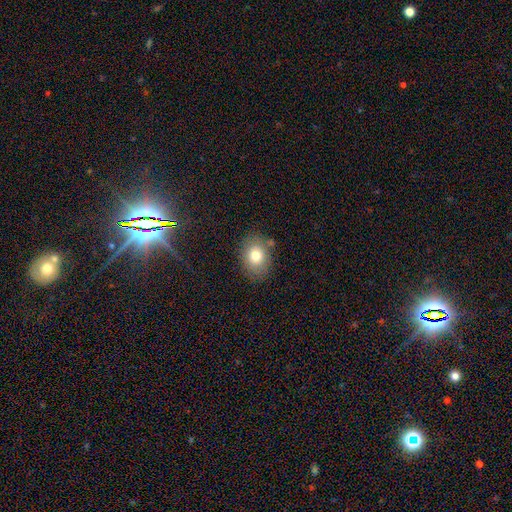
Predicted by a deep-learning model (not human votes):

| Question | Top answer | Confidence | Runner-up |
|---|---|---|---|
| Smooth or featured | smooth | 78% | featured or disk (12%) |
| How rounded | in between | 56% | round (43%) |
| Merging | none | 79% | minor disturbance (13%) |